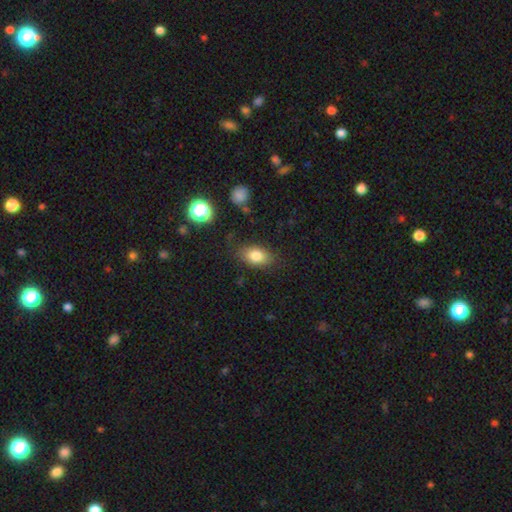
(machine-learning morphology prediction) This is clearly a smooth galaxy (80%). How rounded: clearly in between (85%). Merging: clearly none (81%).